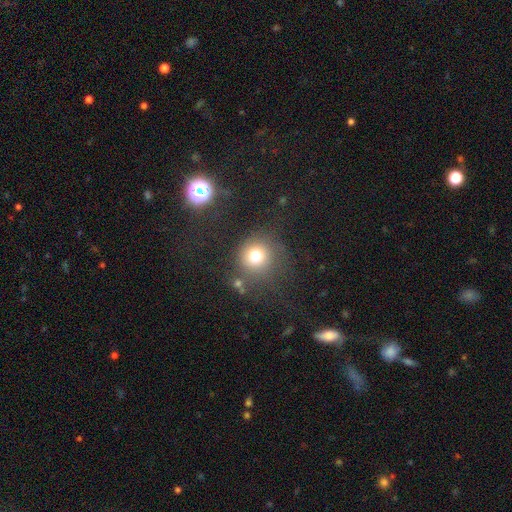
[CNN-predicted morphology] Smooth or featured?
  - smooth: 75% *
  - star or artifact: 16%
  - featured or disk: 10%
How rounded?
  - round: 92% *
  - in between: 7%
  - cigar-shaped: 1%
Merging?
  - none: 74% *
  - minor disturbance: 12%
  - major disturbance: 9%
  - merger: 5%